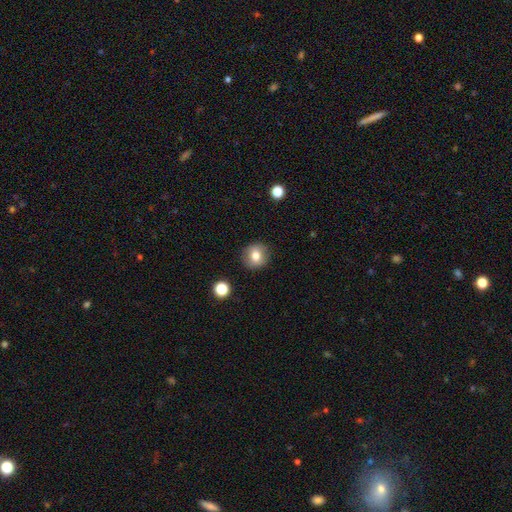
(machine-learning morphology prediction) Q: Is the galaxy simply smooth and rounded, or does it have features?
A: smooth — 76%.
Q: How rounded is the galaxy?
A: round — 88%.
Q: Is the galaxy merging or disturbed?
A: none — 88%.